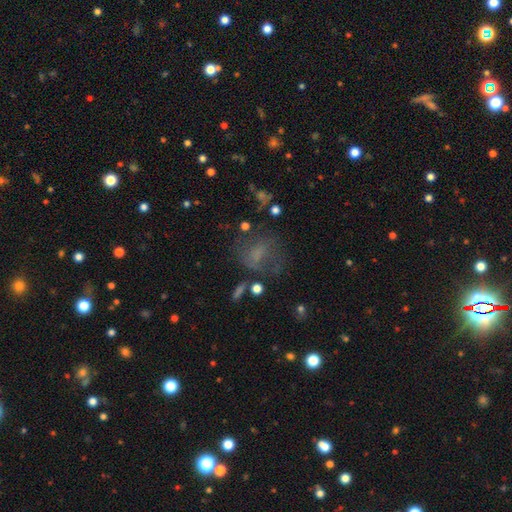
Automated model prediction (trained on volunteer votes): Smooth or featured: smooth — 45% (featured or disk — 32%)
Merging: none — 48% (major disturbance — 27%)